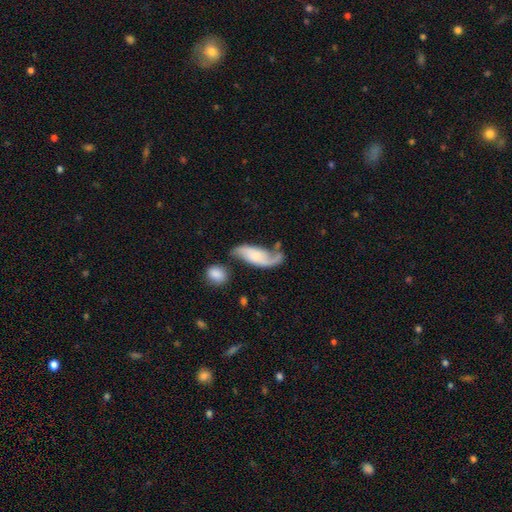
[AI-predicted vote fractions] Smooth or featured?
  - featured or disk: 69% *
  - smooth: 26%
  - star or artifact: 6%
Edge-on disk?
  - no: 92% *
  - yes: 8%
Bar?
  - no: 62% *
  - weak: 29%
  - strong: 9%
Spiral arms?
  - yes: 92% *
  - no: 8%
Spiral winding?
  - loose: 70% *
  - medium: 22%
  - tight: 8%
Spiral arm count?
  - 2: 78% *
  - 1: 16%
  - can't tell: 4%
  - 3: 1%
  - 4: 1%
  - more than 4: 1%
Bulge size?
  - small: 44% *
  - moderate: 29%
  - none: 17%
  - large: 7%
  - dominant: 3%
Merging?
  - none: 44% *
  - minor disturbance: 23%
  - major disturbance: 18%
  - merger: 15%